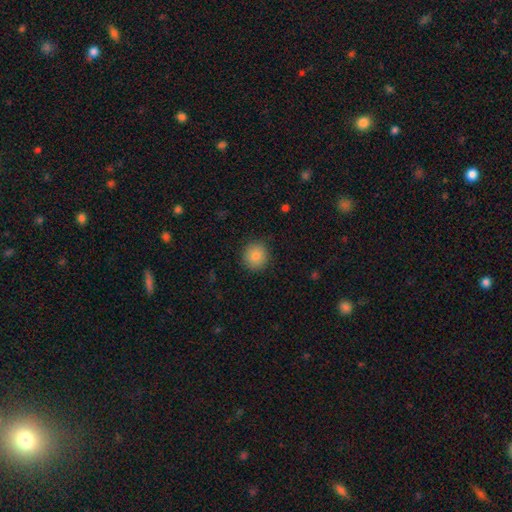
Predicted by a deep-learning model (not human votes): Morphology: type=smooth (86%); roundness=round (90%); merging=none (89%).